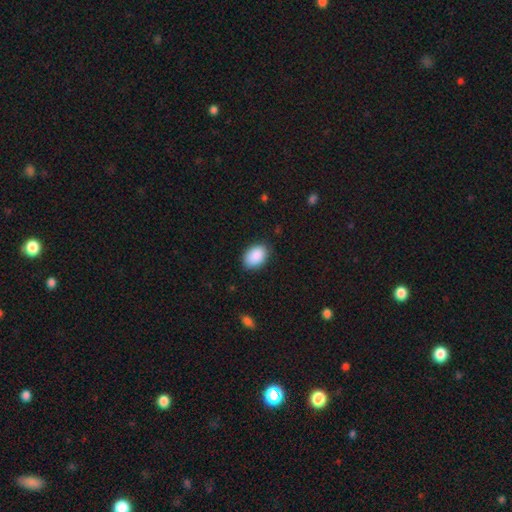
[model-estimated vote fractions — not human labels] Smooth or featured? Predicted: smooth (p=0.90). How rounded? Predicted: in between (p=0.86). Merging? Predicted: none (p=0.84).